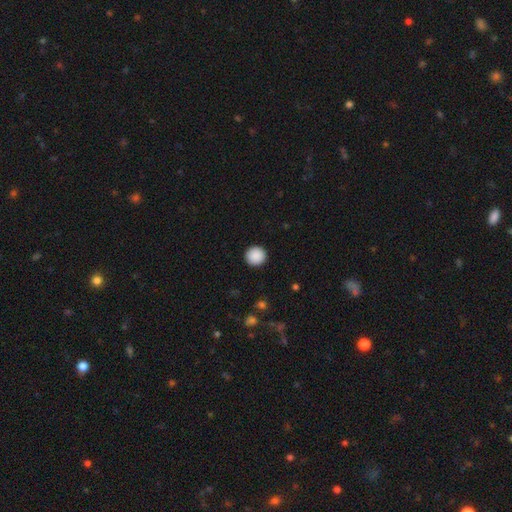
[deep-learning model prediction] smooth_or_featured: smooth (p=0.90) [alt: star or artifact p=0.08]
how_rounded: round (p=0.96) [alt: in between p=0.03]
merging: none (p=0.93) [alt: minor disturbance p=0.04]